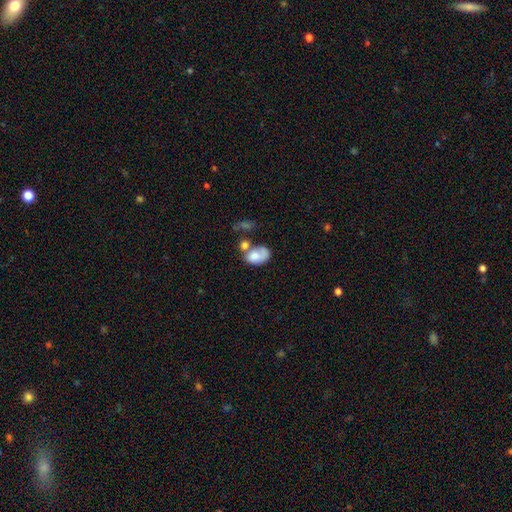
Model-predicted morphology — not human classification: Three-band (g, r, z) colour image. It shows a smooth galaxy with no disk features (70%) that is in between round and cigar-shaped (83%). Merging: merger (38%).